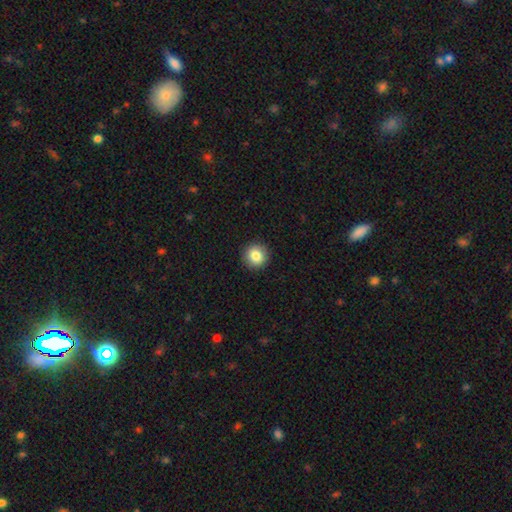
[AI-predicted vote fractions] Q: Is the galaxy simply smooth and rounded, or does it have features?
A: smooth — 84%.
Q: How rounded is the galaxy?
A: round — 94%.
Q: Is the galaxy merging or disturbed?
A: none — 92%.